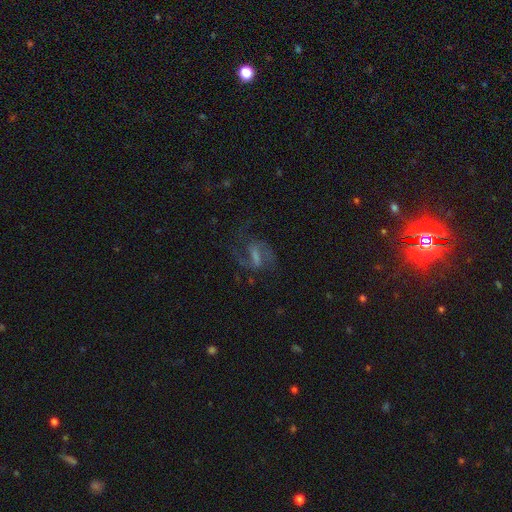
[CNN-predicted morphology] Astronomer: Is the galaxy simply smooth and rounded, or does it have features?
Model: featured or disk — 76%.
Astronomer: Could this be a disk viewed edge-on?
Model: no — 96%.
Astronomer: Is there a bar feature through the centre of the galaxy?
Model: strong — 44% (runner-up: weak, 42%).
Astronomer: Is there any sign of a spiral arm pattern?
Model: yes — 93%.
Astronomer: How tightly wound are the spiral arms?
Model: medium — 51% (runner-up: loose, 36%).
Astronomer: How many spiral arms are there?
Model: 2 — 87%.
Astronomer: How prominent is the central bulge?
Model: none — 37% (runner-up: small, 30%).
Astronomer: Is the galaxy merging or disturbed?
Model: none — 64%.